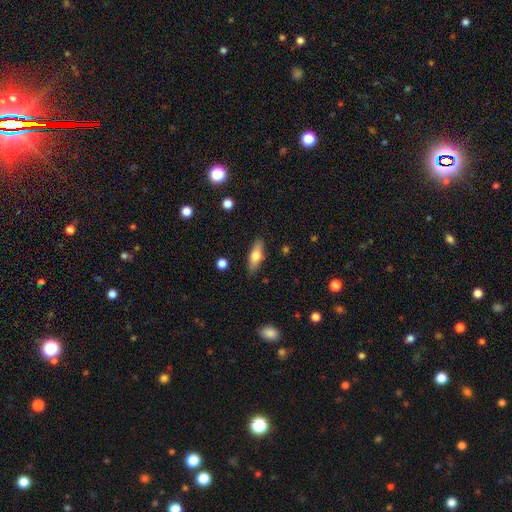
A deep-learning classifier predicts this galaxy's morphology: smooth_or_featured: smooth (p=0.69) [alt: featured or disk p=0.25]
how_rounded: in between (p=0.64) [alt: cigar-shaped p=0.33]
merging: none (p=0.84) [alt: minor disturbance p=0.12]